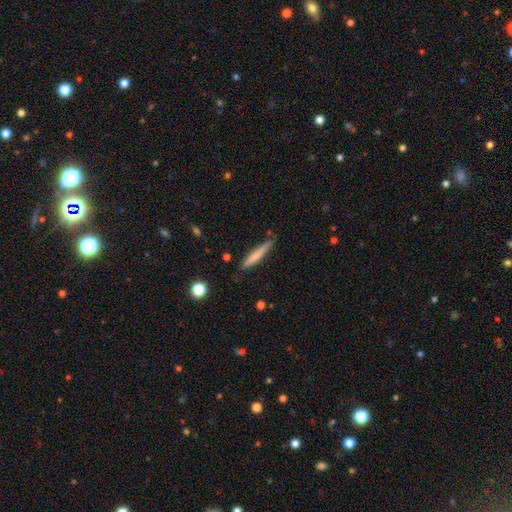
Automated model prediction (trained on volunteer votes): Overall: smooth (64%; featured or disk 30%). How rounded: cigar-shaped (94%). Merging: none (82%).